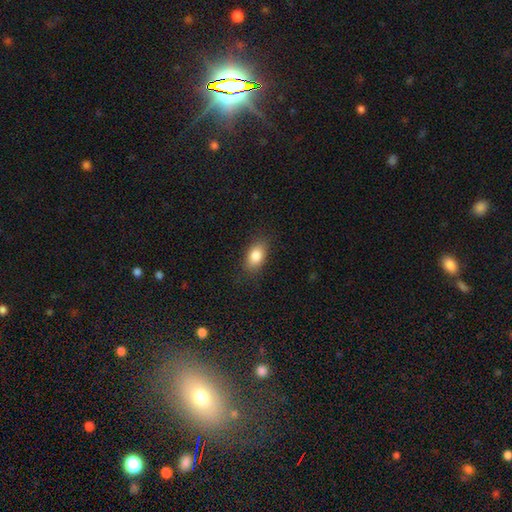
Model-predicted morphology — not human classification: smooth 84%, star or artifact 8%, featured or disk 8%. Down the decision tree: how rounded — in between (88%); merging — none (84%).